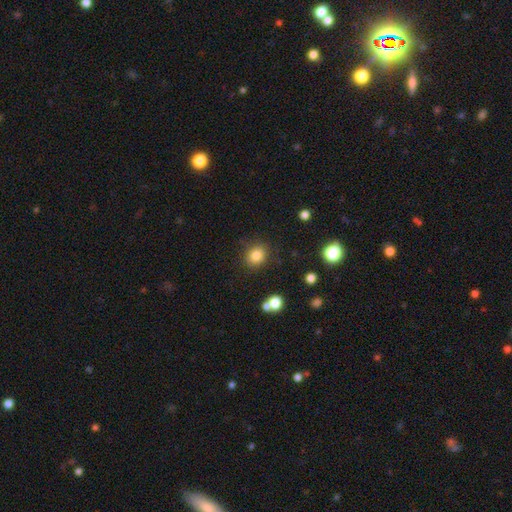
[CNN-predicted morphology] smooth 83%, star or artifact 11%, featured or disk 6%. Down the decision tree: how rounded — round (70%); merging — none (84%).